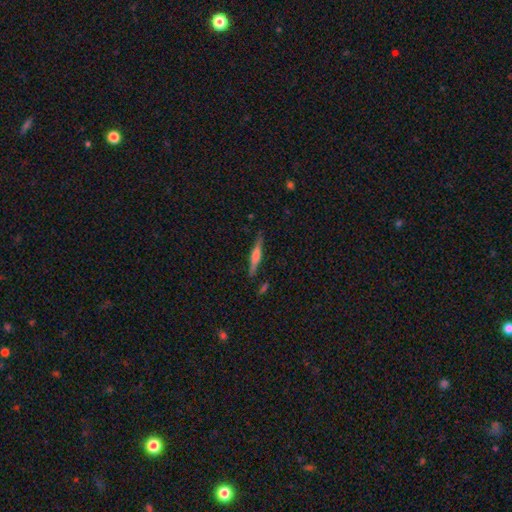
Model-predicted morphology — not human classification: The model was most divided on "edge-on bulge": rounded: 53%, boxy: 34%, none: 13%. More confident: edge-on disk — yes (97%); merging — none (85%); smooth or featured — featured or disk (57%).